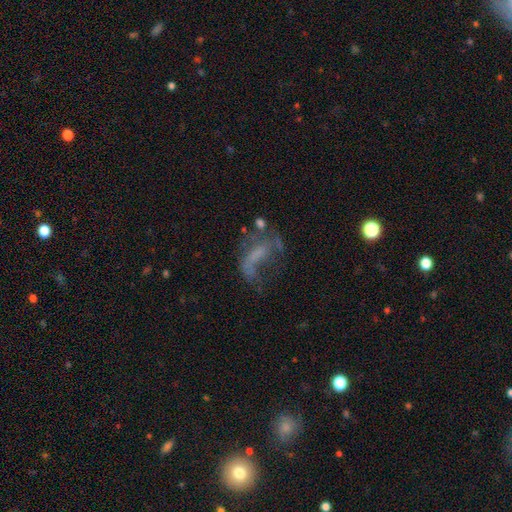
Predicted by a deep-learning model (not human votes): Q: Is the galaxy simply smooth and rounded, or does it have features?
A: featured or disk — 53%.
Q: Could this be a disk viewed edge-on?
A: no — 93%.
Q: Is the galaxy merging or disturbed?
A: major disturbance — 45%.